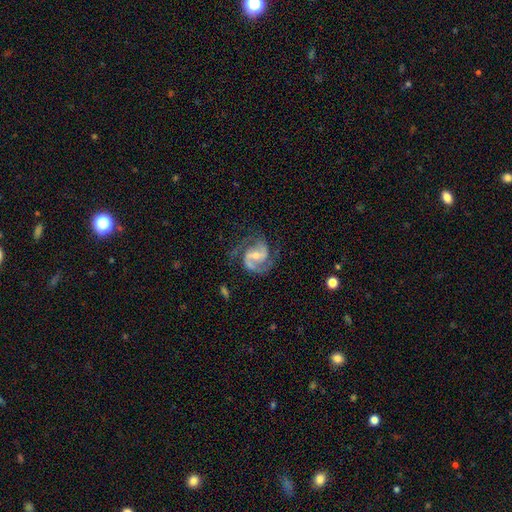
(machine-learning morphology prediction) Smooth or featured? Predicted: featured or disk (p=0.91). Edge-on disk? Predicted: no (p=0.98). Bar? Predicted: weak (p=0.47). Spiral arms? Predicted: yes (p=0.98). Spiral winding? Predicted: medium (p=0.60). Spiral arm count? Predicted: 2 (p=0.86). Bulge size? Predicted: moderate (p=0.48). Merging? Predicted: none (p=0.71).